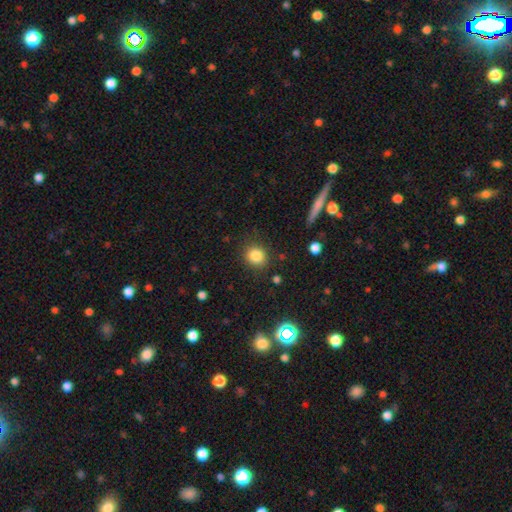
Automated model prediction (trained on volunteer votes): This appears to be a smooth galaxy with no disk features (84%) that is round (83%). Merging: none (86%).